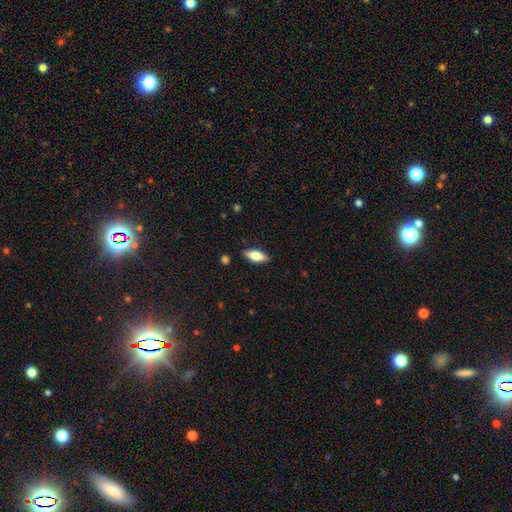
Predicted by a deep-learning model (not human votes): smooth 66%, featured or disk 27%, star or artifact 7%. Down the decision tree: how rounded — in between (74%); merging — none (86%).